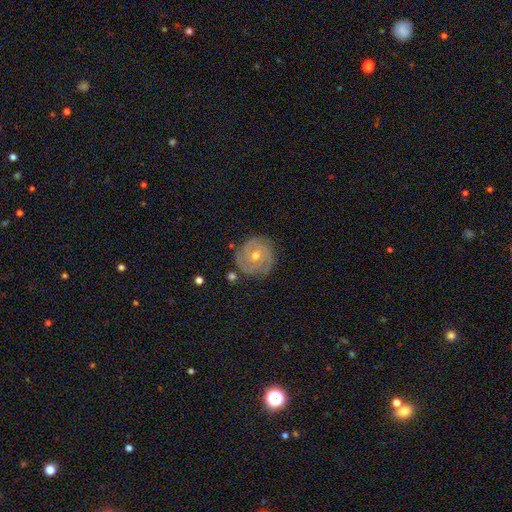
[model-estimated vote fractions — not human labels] This is clearly a featured or disk galaxy (80%). It is clearly not viewed edge-on (97%). Bar: likely no (65%). Spiral arm pattern: clearly yes (93%). Spiral arm count: marginally 3 (36%). Spiral winding: likely tight (73%). Central bulge: possibly moderate (59%). Merging: clearly none (82%).